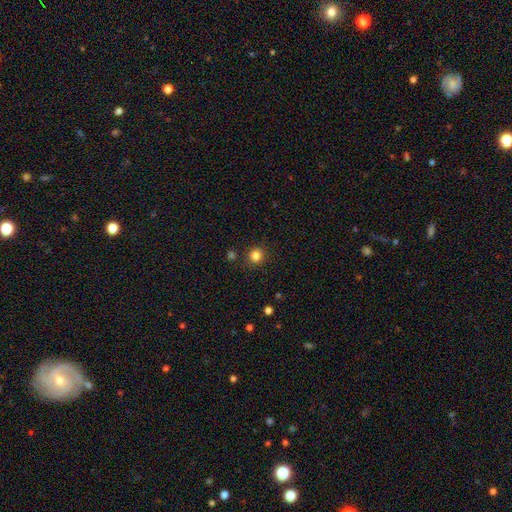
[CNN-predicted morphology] Q: Smooth or featured?
A: smooth (83%); runner-up: star or artifact (12%)
Q: How rounded?
A: round (88%); runner-up: in between (11%)
Q: Merging?
A: none (87%); runner-up: minor disturbance (8%)